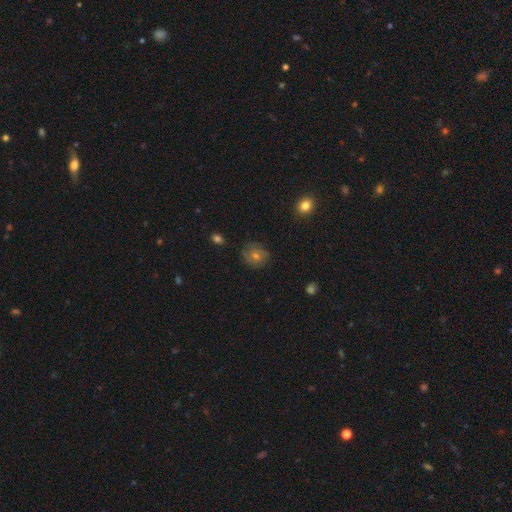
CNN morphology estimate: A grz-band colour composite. It shows a smooth galaxy with no disk features (47%). Merging: none (78%).